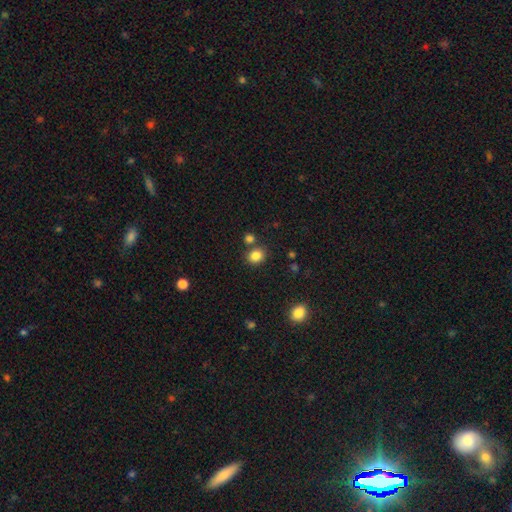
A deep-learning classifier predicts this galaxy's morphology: A smooth galaxy with no disk features (84%) that is round (67%). Merging: none (74%).